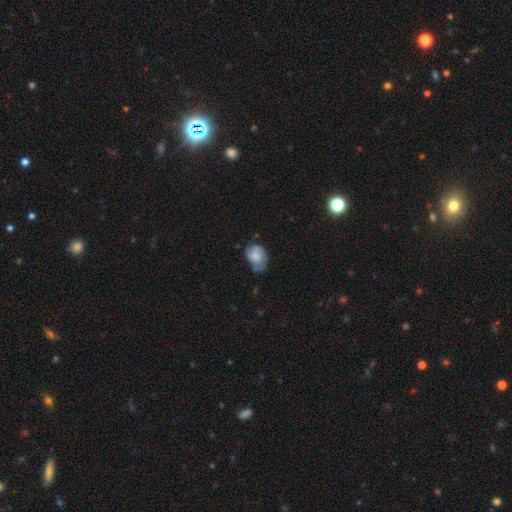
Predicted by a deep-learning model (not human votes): Smooth or featured? smooth (60%)
How rounded? in between (61%)
Merging? none (42%)